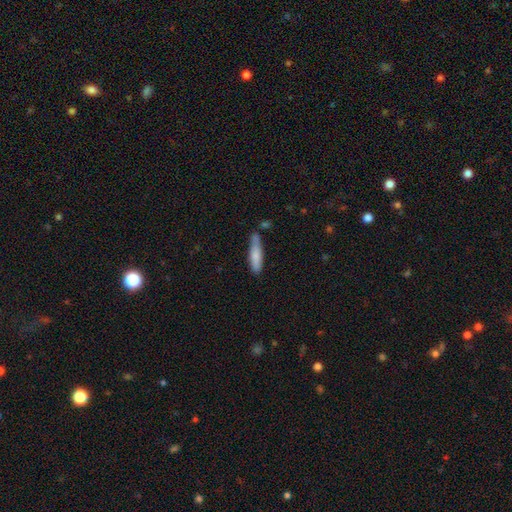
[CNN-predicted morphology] Smooth or featured? Predicted: smooth (p=0.78). How rounded? Predicted: cigar-shaped (p=0.76). Merging? Predicted: none (p=0.64).